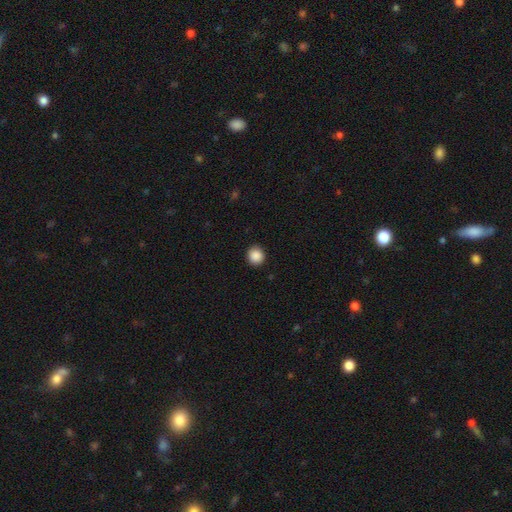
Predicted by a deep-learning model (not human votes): Smooth or featured? Predicted: smooth (p=0.89). How rounded? Predicted: round (p=0.89). Merging? Predicted: none (p=0.92).